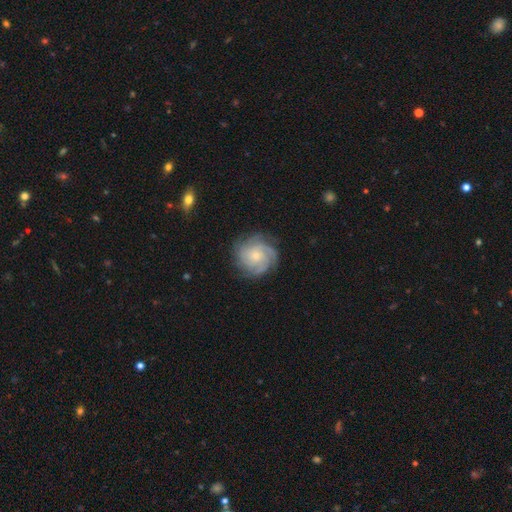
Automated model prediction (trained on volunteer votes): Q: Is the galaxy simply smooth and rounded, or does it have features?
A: featured or disk — 80%.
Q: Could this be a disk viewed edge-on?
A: no — 98%.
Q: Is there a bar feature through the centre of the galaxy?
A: no — 79%.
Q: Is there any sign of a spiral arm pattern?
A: yes — 97%.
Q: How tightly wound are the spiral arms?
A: tight — 71%.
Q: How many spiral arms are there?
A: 4 — 32%.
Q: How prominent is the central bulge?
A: small — 69%.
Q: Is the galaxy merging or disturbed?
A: none — 80%.